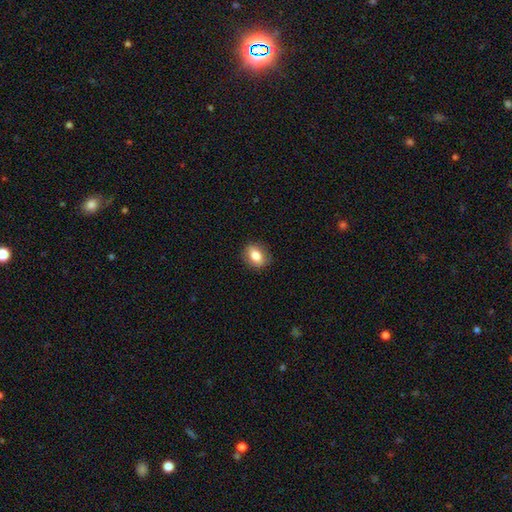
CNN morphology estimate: This is clearly a smooth galaxy (81%). How rounded: likely in between (67%). Merging: clearly none (87%).